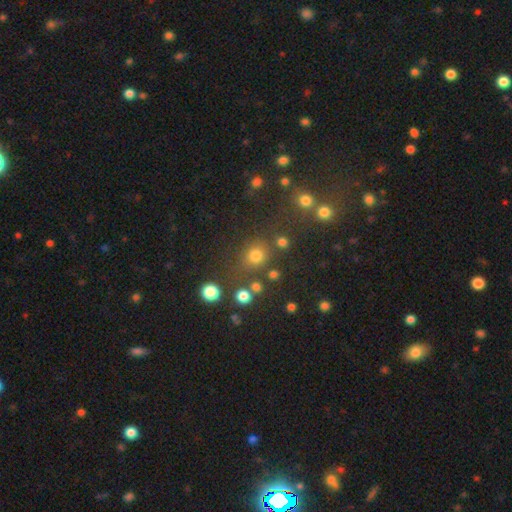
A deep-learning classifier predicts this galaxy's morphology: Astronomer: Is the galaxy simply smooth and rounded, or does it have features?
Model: smooth — 70%.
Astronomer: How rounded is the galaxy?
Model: round — 82%.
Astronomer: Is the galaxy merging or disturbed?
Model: none — 74%.